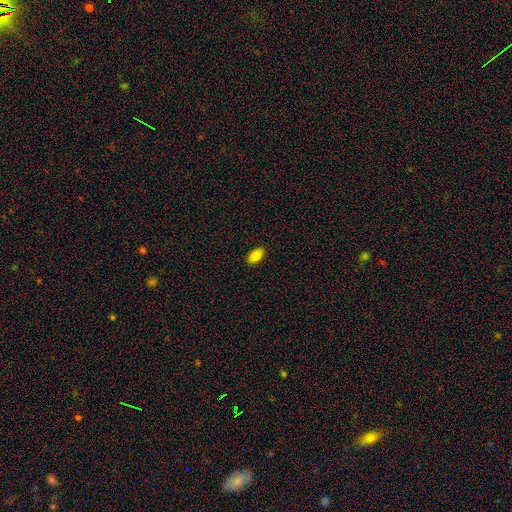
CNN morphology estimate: Smooth or featured? Predicted: smooth (p=0.85). How rounded? Predicted: in between (p=0.93). Merging? Predicted: none (p=0.88).